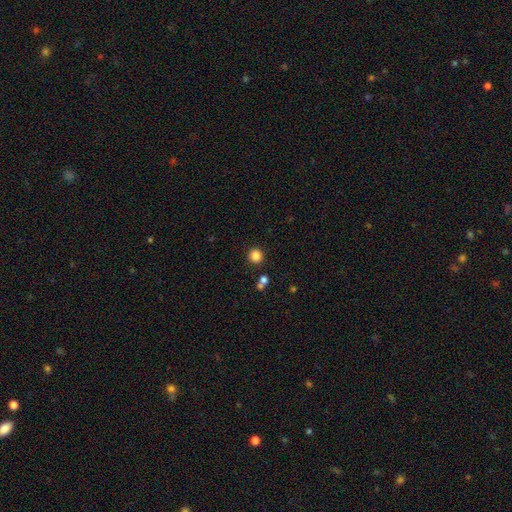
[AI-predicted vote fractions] This appears to be a smooth galaxy with no disk features (85%) that is round (92%). Merging: none (85%).